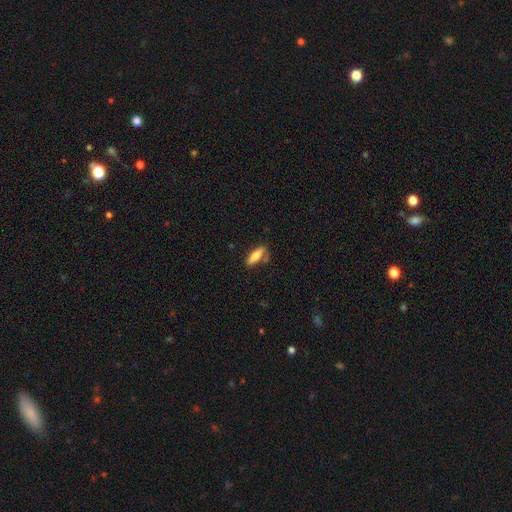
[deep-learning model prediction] Overall: smooth (77%). How rounded: in between (59%; cigar-shaped 38%). Merging: none (65%).